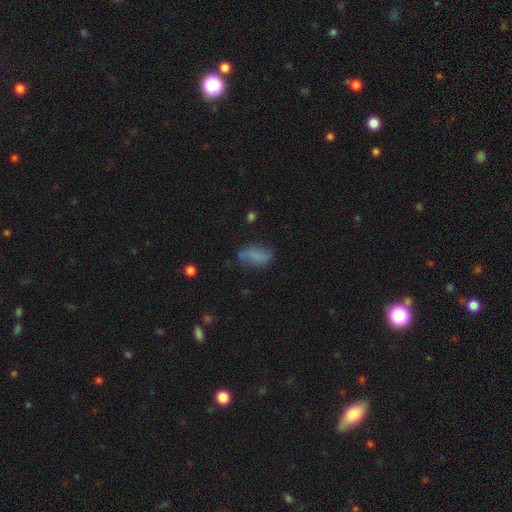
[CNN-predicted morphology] This is likely a smooth galaxy (69%). How rounded: clearly in between (86%). Merging: possibly none (59%).